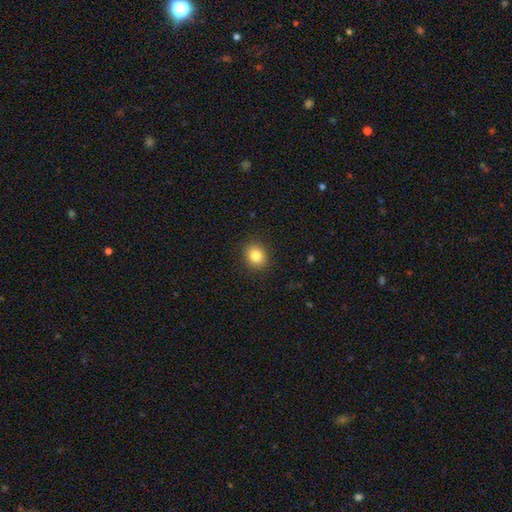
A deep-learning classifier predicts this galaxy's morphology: A smooth galaxy with no disk features (84%) that is round (74%).

Vote fractions:
- Smooth or featured? smooth: 84% / star or artifact: 10% / featured or disk: 6%
- How rounded? round: 74% / in between: 25% / cigar-shaped: 1%
- Merging? none: 90% / minor disturbance: 7% / major disturbance: 2% / merger: 1%